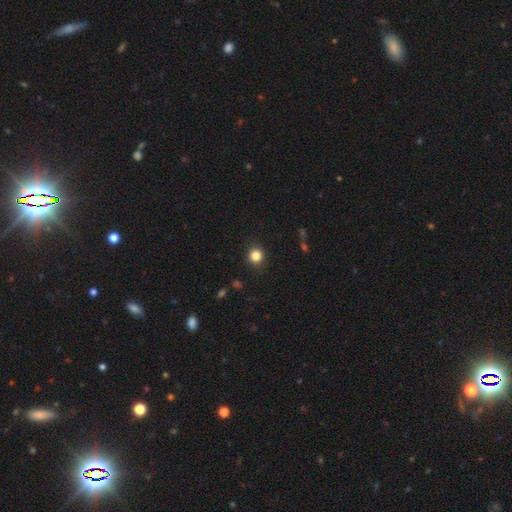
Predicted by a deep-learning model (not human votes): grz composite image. It shows a smooth galaxy with no disk features (83%) that is round (90%). Merging: none (91%).